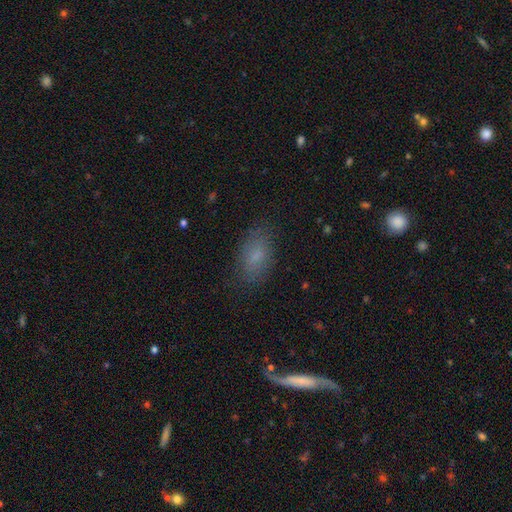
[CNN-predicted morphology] A smooth galaxy with no disk features (75%) that is in between round and cigar-shaped (89%). Merging: none (79%).